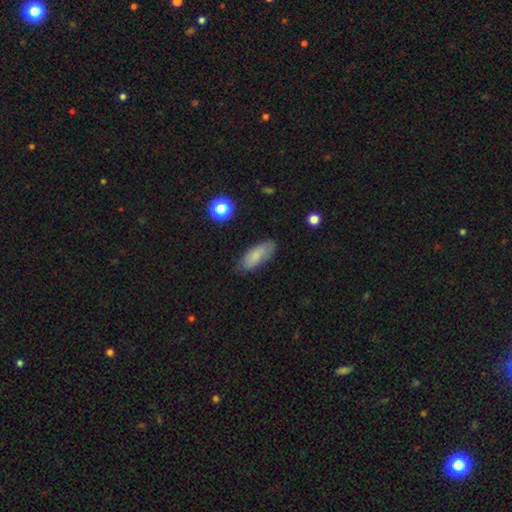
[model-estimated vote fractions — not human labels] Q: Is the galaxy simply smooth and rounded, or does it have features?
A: smooth — 78%.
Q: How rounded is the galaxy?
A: in between — 78%.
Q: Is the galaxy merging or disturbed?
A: none — 78%.